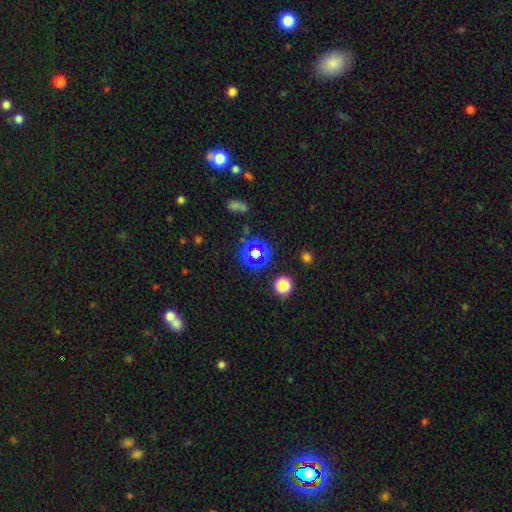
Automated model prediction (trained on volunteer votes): Q: Smooth or featured?
A: star or artifact (61%); runner-up: smooth (28%)